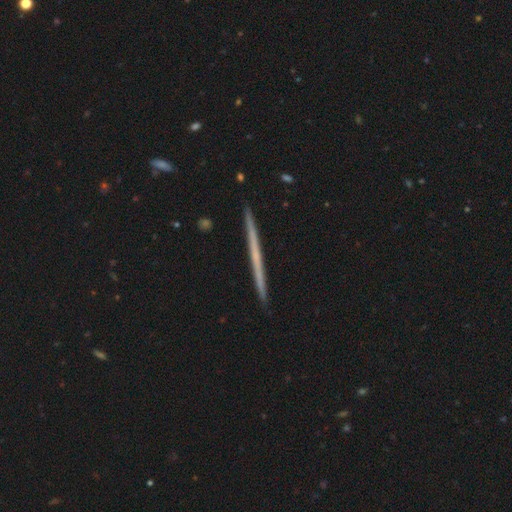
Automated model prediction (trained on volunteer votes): smooth-or-featured: featured or disk: 59% | smooth: 35% | star or artifact: 7%
  disk-edge-on: yes: 98% | no: 2%
    edge-on-bulge: none: 85% | rounded: 11% | boxy: 3%
  merging: none: 92% | minor disturbance: 6% | merger: 1% | major disturbance: 1%